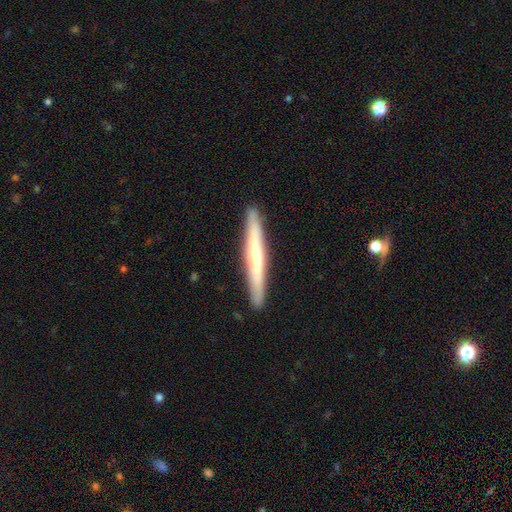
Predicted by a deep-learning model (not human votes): This is possibly a smooth galaxy (49%). Merging: clearly none (91%).